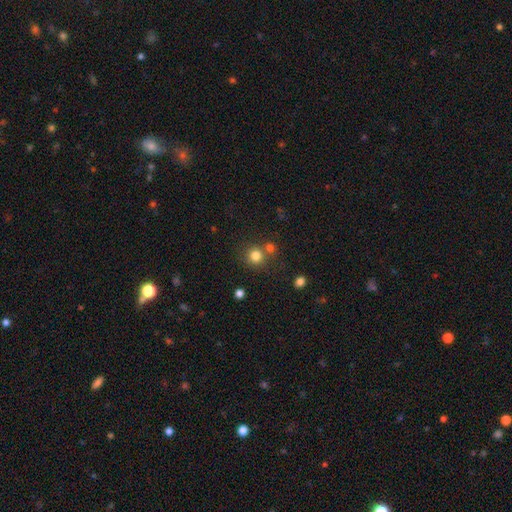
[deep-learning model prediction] Morphology: type=smooth (80%); roundness=round (92%); merging=none (69%).